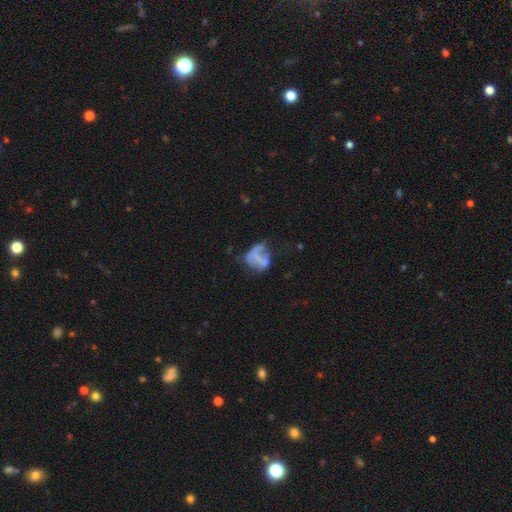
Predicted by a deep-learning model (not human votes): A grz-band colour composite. It shows a featured or disk galaxy (48%). Merging: major disturbance (38%).